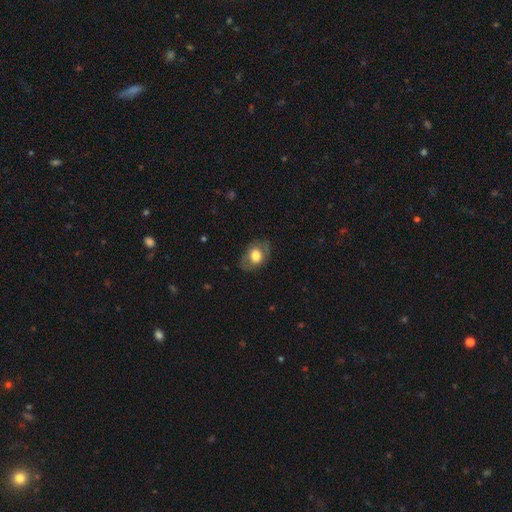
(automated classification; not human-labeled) smooth_or_featured: smooth (p=0.66) [alt: featured or disk p=0.27]
how_rounded: in between (p=0.72) [alt: round p=0.27]
merging: none (p=0.77) [alt: minor disturbance p=0.15]